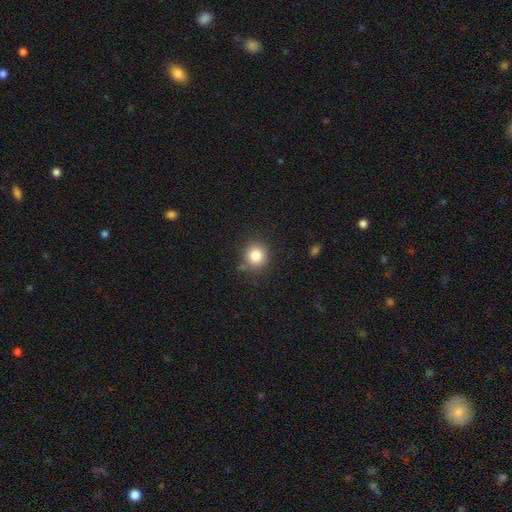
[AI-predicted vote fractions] A smooth galaxy with no disk features (83%) that is round (88%). Merging: none (82%).